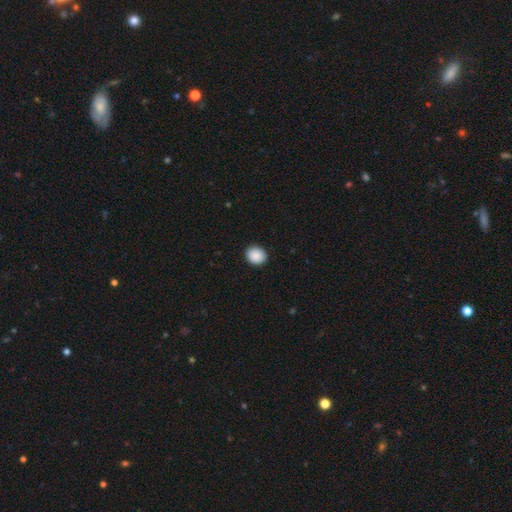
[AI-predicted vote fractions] Smooth or featured? Predicted: smooth (p=0.90). How rounded? Predicted: round (p=0.67). Merging? Predicted: none (p=0.91).